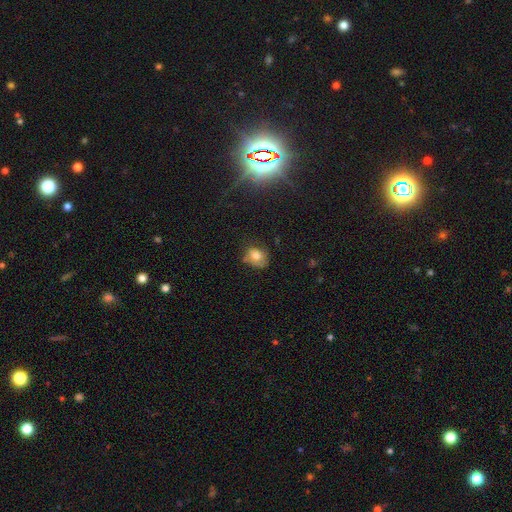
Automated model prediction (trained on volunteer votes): A smooth galaxy with no disk features (68%) that is in between round and cigar-shaped (56%).

Vote fractions:
- Smooth or featured? smooth: 68% / featured or disk: 21% / star or artifact: 11%
- How rounded? in between: 56% / round: 43% / cigar-shaped: 1%
- Merging? none: 51% / minor disturbance: 32% / major disturbance: 13% / merger: 4%